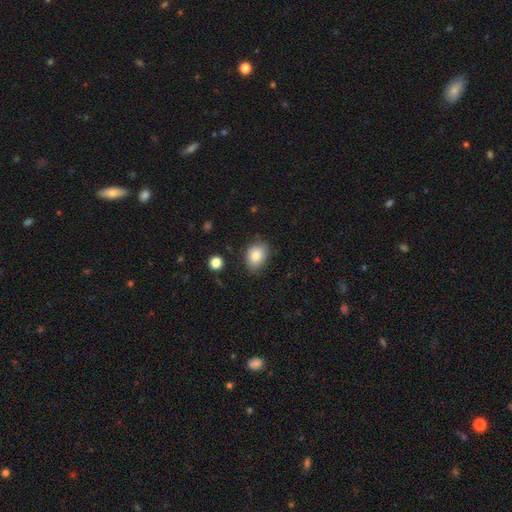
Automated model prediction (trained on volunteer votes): A smooth galaxy with no disk features (81%) that is in between round and cigar-shaped (65%). Merging: none (77%).